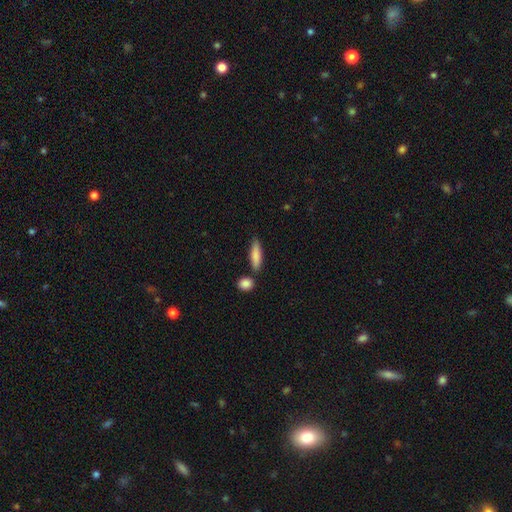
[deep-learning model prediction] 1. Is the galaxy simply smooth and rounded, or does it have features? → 84% smooth, 10% featured or disk, 6% star or artifact.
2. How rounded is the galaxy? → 58% cigar-shaped, 40% in between, 2% round.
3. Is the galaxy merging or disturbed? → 71% none, 14% minor disturbance, 12% merger, 3% major disturbance.